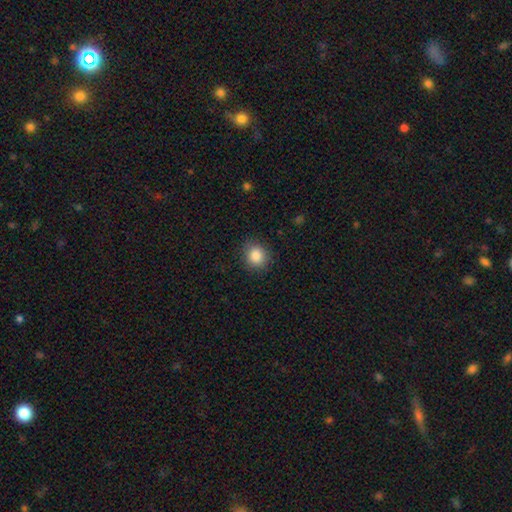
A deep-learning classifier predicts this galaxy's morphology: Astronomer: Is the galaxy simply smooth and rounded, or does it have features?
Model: smooth — 86%.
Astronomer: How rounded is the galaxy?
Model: round — 79%.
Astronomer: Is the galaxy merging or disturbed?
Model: none — 88%.